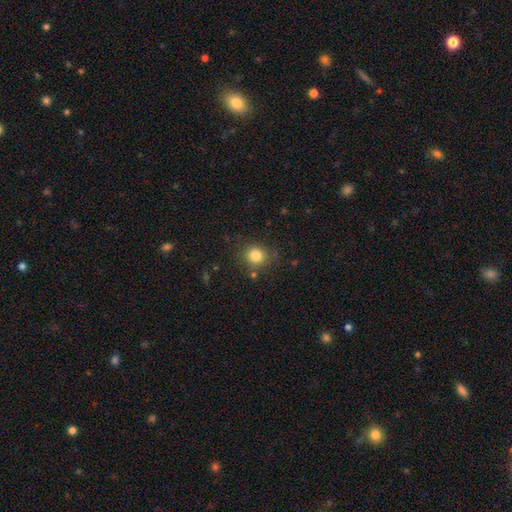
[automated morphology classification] smooth_or_featured: smooth (p=0.82) [alt: star or artifact p=0.12]
how_rounded: round (p=0.87) [alt: in between p=0.12]
merging: none (p=0.81) [alt: minor disturbance p=0.12]